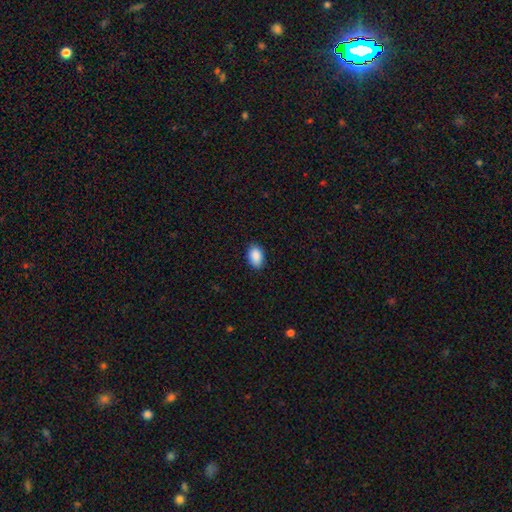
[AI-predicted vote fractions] Smooth or featured: smooth — 90% (star or artifact — 7%)
How rounded: in between — 88% (round — 11%)
Merging: none — 87% (minor disturbance — 10%)